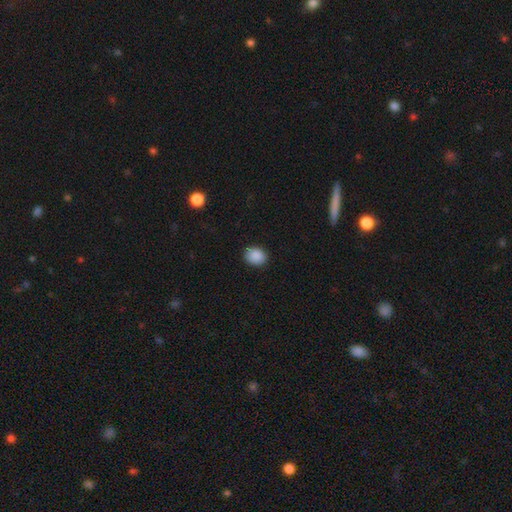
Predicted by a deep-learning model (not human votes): smooth_or_featured: smooth (p=0.89) [alt: star or artifact p=0.08]
how_rounded: in between (p=0.52) [alt: round p=0.47]
merging: none (p=0.86) [alt: minor disturbance p=0.11]